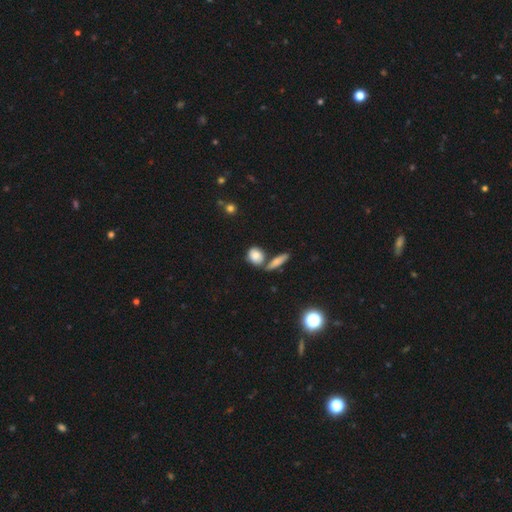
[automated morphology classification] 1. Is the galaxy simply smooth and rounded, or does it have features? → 81% smooth, 10% featured or disk, 9% star or artifact.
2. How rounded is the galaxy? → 47% in between, 46% round, 7% cigar-shaped.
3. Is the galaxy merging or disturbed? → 61% none, 22% merger, 13% minor disturbance, 4% major disturbance.